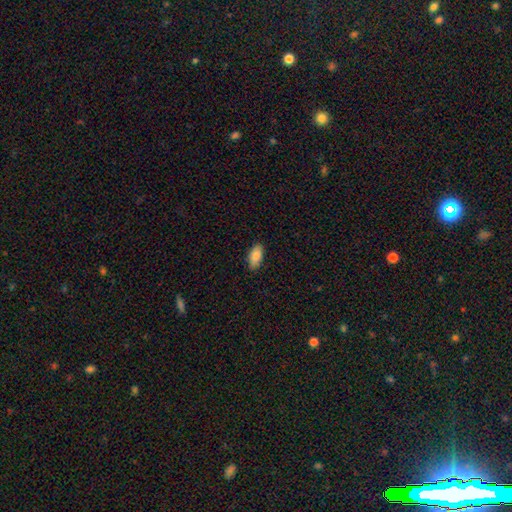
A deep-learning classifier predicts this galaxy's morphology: The model was most divided on "merging": none: 85%, minor disturbance: 12%, major disturbance: 2%, merger: 1%. More confident: how rounded — in between (90%); smooth or featured — smooth (88%).